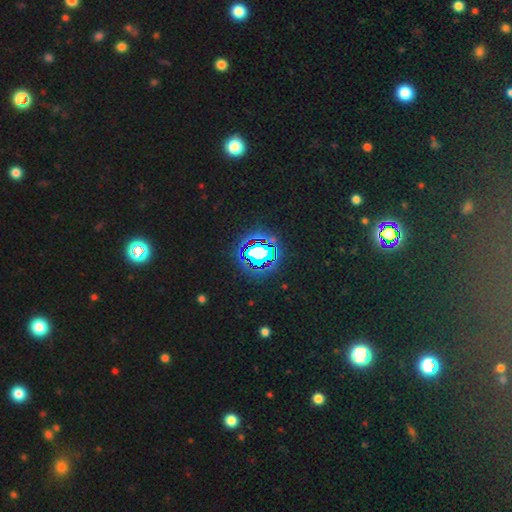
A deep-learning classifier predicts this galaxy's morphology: Overall: star or artifact (73%).